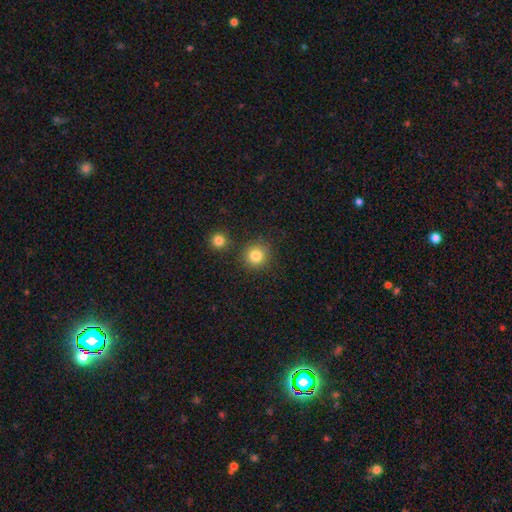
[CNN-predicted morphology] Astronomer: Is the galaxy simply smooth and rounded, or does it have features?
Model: smooth — 83%.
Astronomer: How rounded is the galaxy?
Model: round — 92%.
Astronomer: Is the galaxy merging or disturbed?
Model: none — 83%.